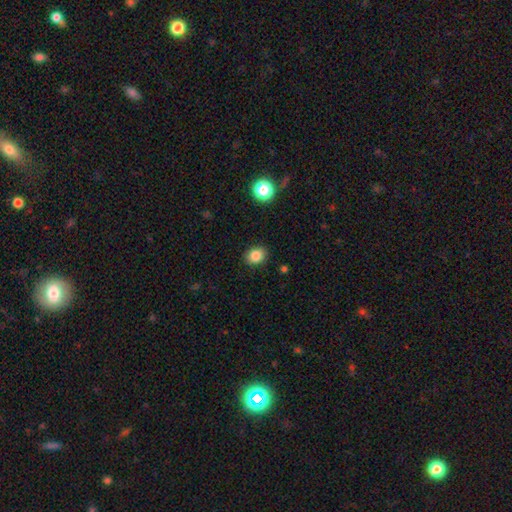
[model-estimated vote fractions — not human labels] Smooth or featured: smooth — 85% (star or artifact — 10%)
How rounded: in between — 56% (round — 43%)
Merging: none — 88% (minor disturbance — 8%)